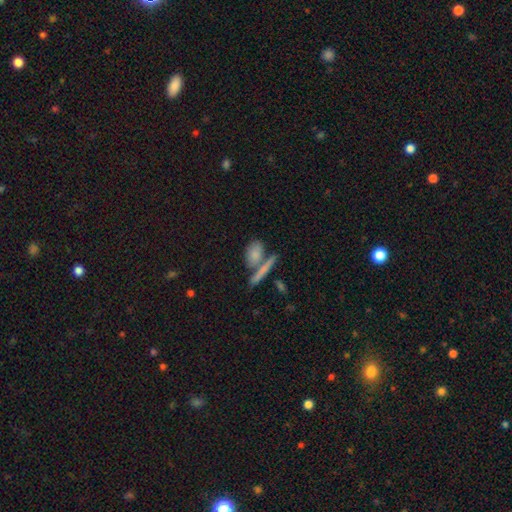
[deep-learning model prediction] A smooth galaxy with no disk features (71%) that is in between round and cigar-shaped (56%). Merging: none (50%).